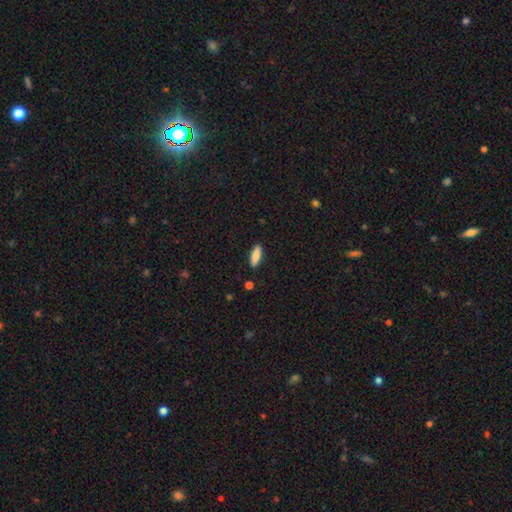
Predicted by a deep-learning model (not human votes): This appears to be a smooth galaxy with no disk features (82%) that is in between round and cigar-shaped (54%). Merging: none (88%).